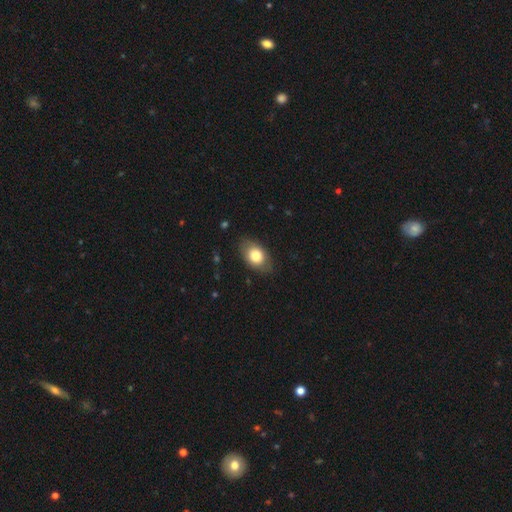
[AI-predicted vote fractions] The model was most divided on "merging": none: 78%, minor disturbance: 16%, major disturbance: 4%, merger: 1%. More confident: how rounded — in between (82%); smooth or featured — smooth (78%).